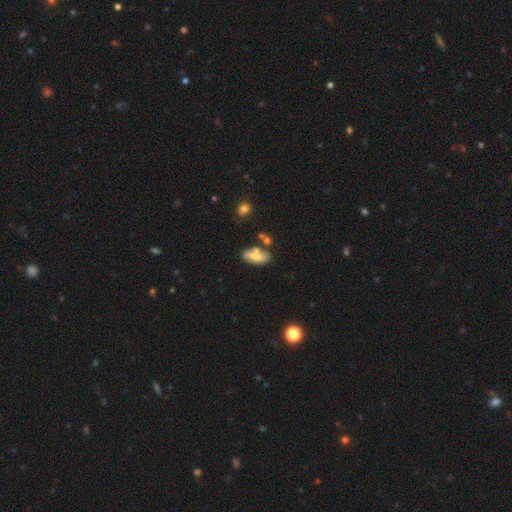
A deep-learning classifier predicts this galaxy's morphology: The model was most divided on "smooth or featured": smooth: 55%, featured or disk: 35%, star or artifact: 9%. More confident: how rounded — in between (85%); merging — none (53%).